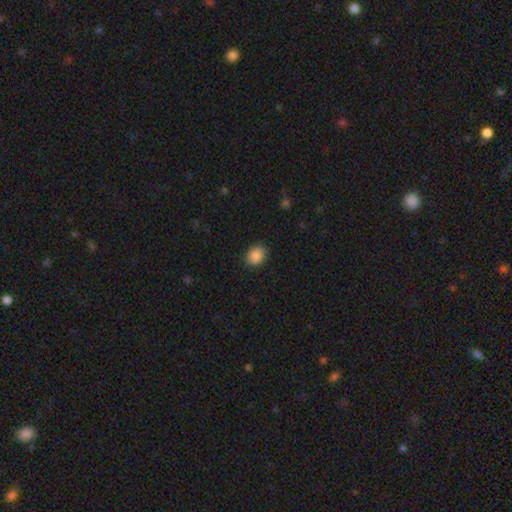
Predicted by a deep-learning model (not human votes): Smooth or featured: smooth — 88% (star or artifact — 9%)
How rounded: round — 50% (in between — 49%)
Merging: none — 87% (minor disturbance — 10%)